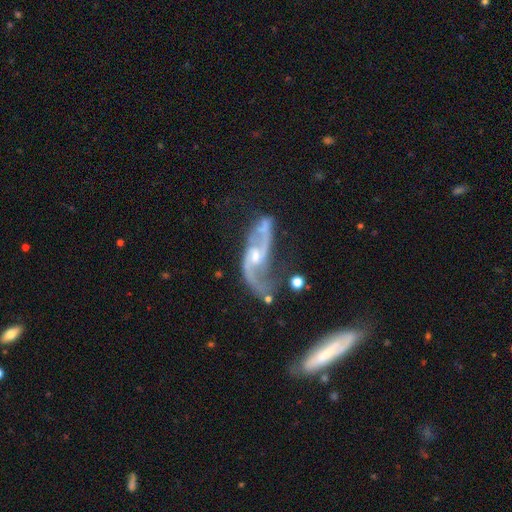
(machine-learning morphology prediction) featured or disk 89%, star or artifact 6%, smooth 5%. Down the decision tree: edge-on disk — no (93%); bar — no (52%); spiral arms — yes (95%); spiral arm count — 2 (89%); spiral winding — loose (68%); bulge size — small (49%); merging — none (47%).